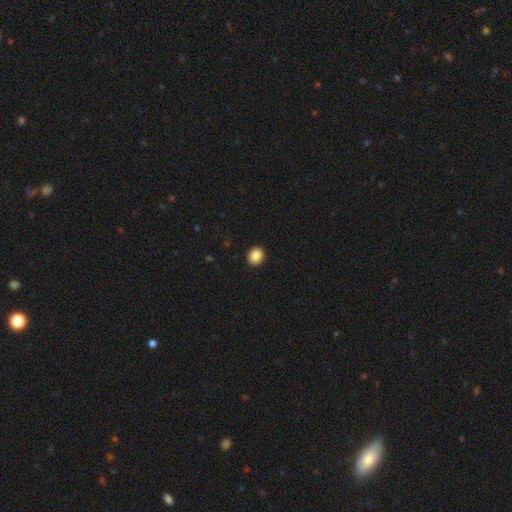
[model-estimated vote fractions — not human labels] Smooth or featured? Predicted: smooth (p=0.88). How rounded? Predicted: round (p=0.73). Merging? Predicted: none (p=0.93).